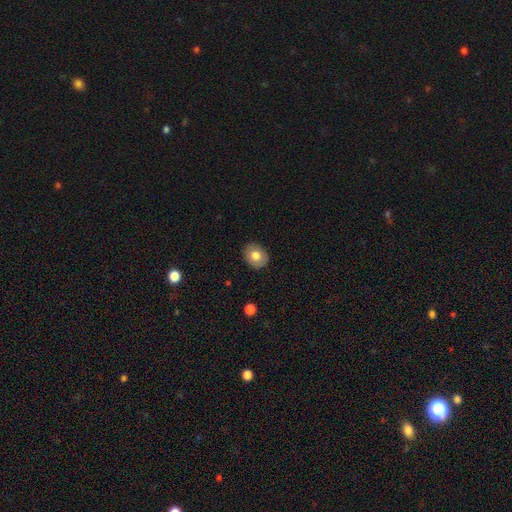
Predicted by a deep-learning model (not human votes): The model was most divided on "how rounded": round: 50%, in between: 49%, cigar-shaped: 1%. More confident: merging — none (87%); smooth or featured — smooth (77%).